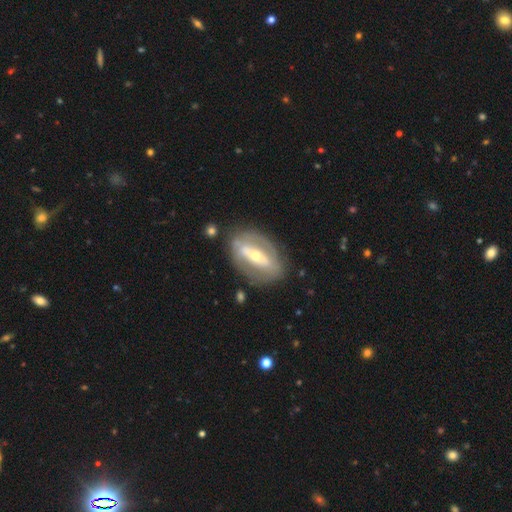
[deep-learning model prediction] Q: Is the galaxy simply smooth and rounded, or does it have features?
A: featured or disk — 74%.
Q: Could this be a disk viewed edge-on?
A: no — 87%.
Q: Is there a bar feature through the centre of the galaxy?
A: strong — 61%.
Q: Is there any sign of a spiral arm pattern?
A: no — 59%.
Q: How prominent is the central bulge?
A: moderate — 48%.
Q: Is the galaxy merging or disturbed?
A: none — 74%.